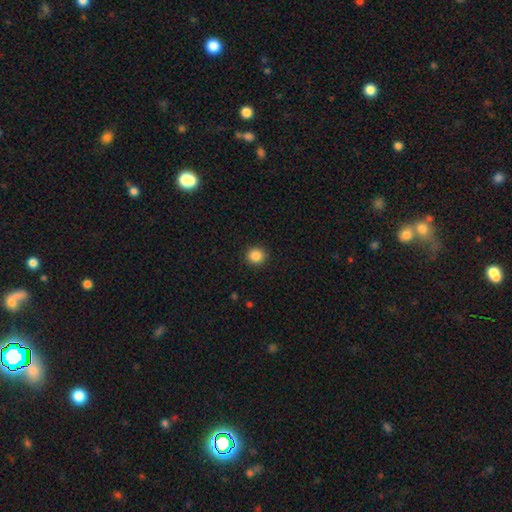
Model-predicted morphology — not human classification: Overall: smooth (87%). How rounded: round (90%). Merging: none (90%).